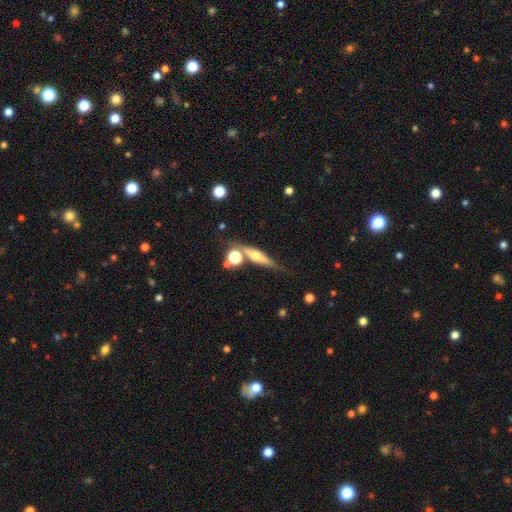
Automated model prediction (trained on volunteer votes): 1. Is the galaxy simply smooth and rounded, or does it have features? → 56% featured or disk, 34% smooth, 9% star or artifact.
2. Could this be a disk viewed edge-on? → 90% yes, 10% no.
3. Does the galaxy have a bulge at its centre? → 87% rounded, 7% boxy, 5% none.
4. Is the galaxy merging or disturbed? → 65% none, 15% minor disturbance, 14% merger, 5% major disturbance.